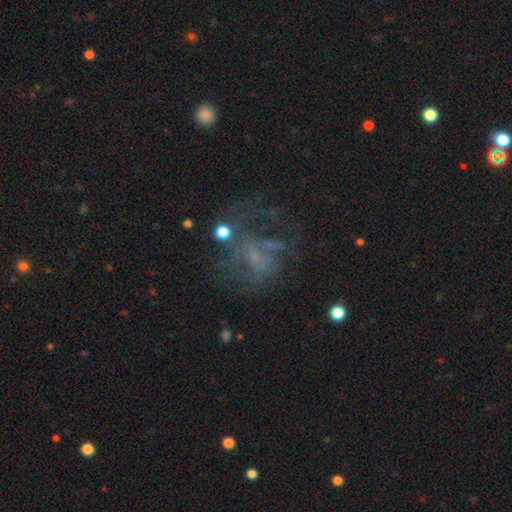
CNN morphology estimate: featured or disk 53%, star or artifact 25%, smooth 22%. Down the decision tree: edge-on disk — no (98%); bar — no (76%); spiral arms — no (60%); bulge size — none (60%); merging — major disturbance (41%).